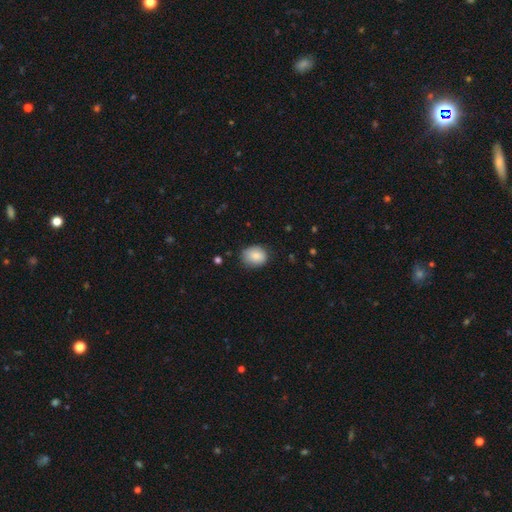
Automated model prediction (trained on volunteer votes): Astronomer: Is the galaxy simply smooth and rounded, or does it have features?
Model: smooth — 86%.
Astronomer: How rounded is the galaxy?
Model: round — 52% (runner-up: in between, 47%).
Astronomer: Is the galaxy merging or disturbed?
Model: none — 75%.